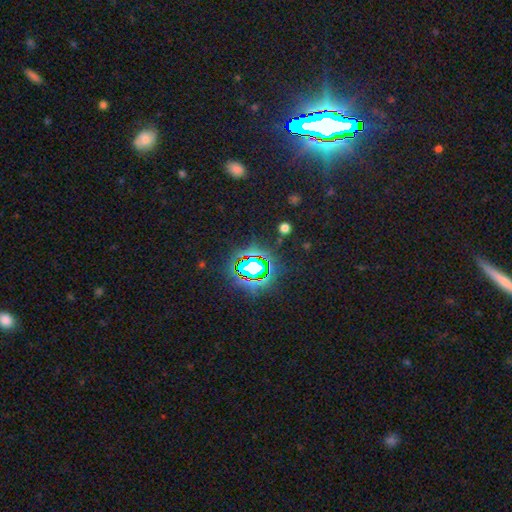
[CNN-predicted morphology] The model was most divided on "smooth or featured": star or artifact: 83%, smooth: 9%, featured or disk: 8%.